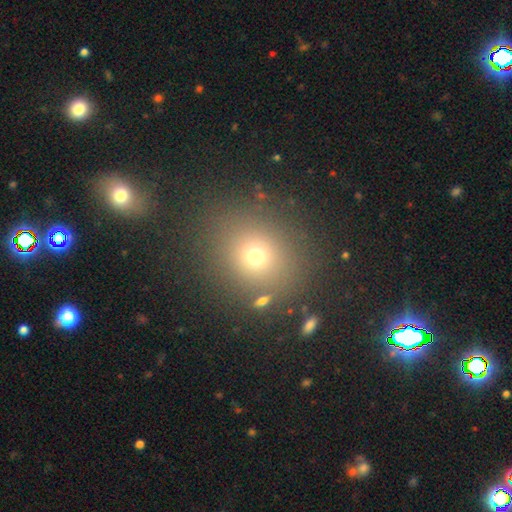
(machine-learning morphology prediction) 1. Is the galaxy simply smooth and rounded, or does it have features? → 66% smooth, 24% star or artifact, 10% featured or disk.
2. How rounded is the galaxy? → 78% round, 21% in between, 1% cigar-shaped.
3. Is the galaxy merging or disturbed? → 84% none, 8% minor disturbance, 5% merger, 3% major disturbance.